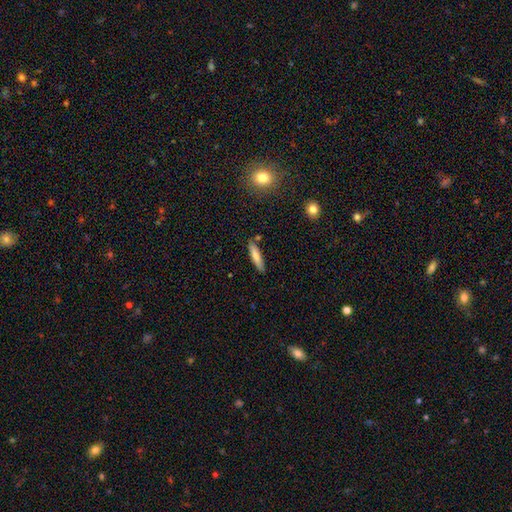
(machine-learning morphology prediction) smooth_or_featured: smooth (p=0.75) [alt: featured or disk p=0.18]
how_rounded: cigar-shaped (p=0.77) [alt: in between p=0.21]
merging: none (p=0.83) [alt: minor disturbance p=0.11]